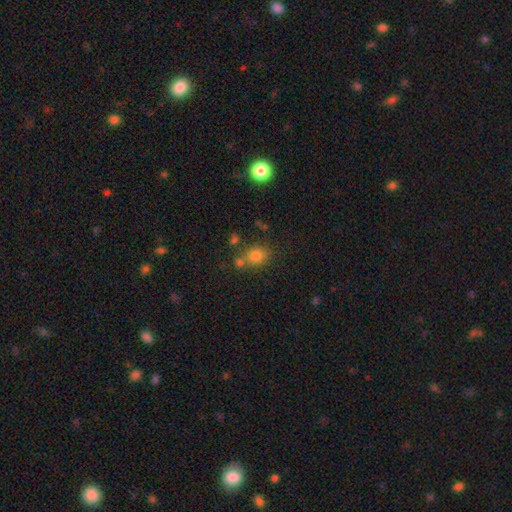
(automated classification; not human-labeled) smooth_or_featured: smooth (p=0.77) [alt: star or artifact p=0.15]
how_rounded: round (p=0.62) [alt: in between p=0.37]
merging: none (p=0.61) [alt: merger p=0.22]